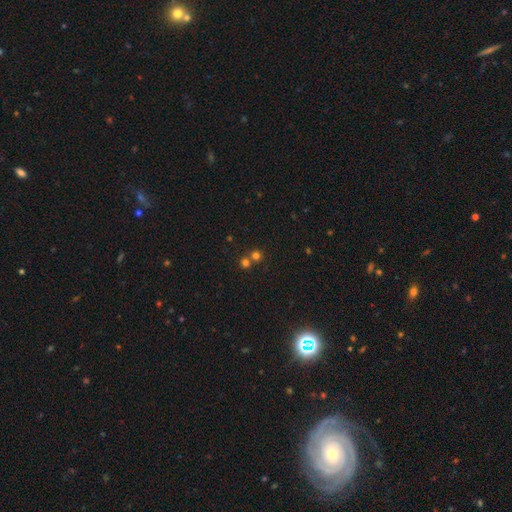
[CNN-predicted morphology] Smooth or featured? smooth (68%)
How rounded? round (91%)
Merging? none (57%)